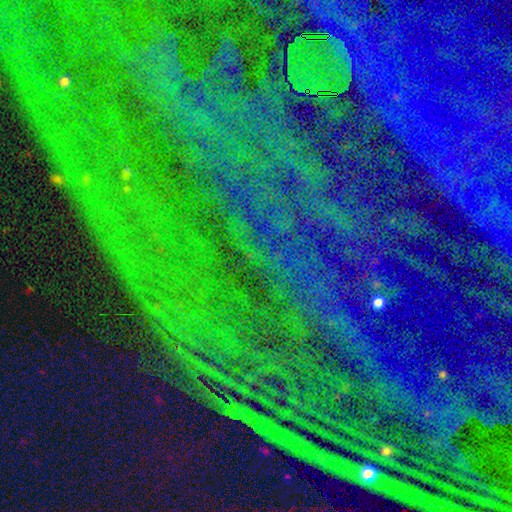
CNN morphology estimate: star or artifact 86%, featured or disk 7%, smooth 7%.